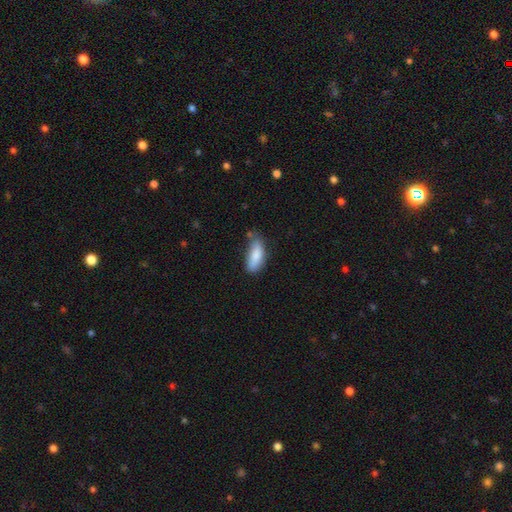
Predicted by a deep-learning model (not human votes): smooth_or_featured: smooth (p=0.83) [alt: featured or disk p=0.10]
how_rounded: in between (p=0.72) [alt: cigar-shaped p=0.26]
merging: none (p=0.53) [alt: minor disturbance p=0.34]